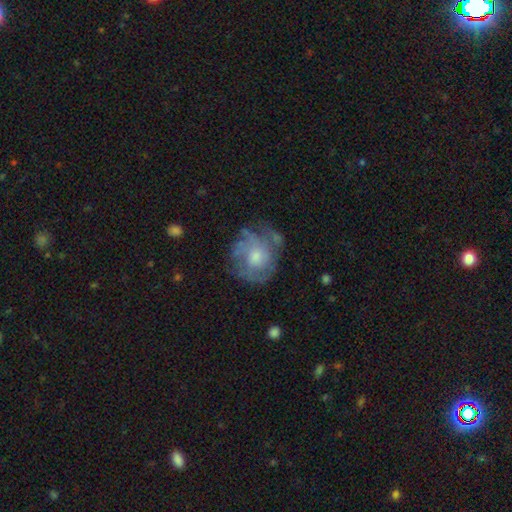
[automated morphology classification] A featured or disk galaxy (60%) with no bar (81%), spiral arms (67%) and a moderate central bulge (52%).

Vote fractions:
- Smooth or featured? featured or disk: 60% / smooth: 32% / star or artifact: 8%
- Edge-on disk? no: 98% / yes: 2%
- Bar? no: 81% / weak: 17% / strong: 2%
- Spiral arms? yes: 67% / no: 33%
- Bulge size? moderate: 52% / small: 30% / large: 10% / none: 6% / dominant: 2%
- Merging? none: 60% / minor disturbance: 23% / major disturbance: 15% / merger: 3%